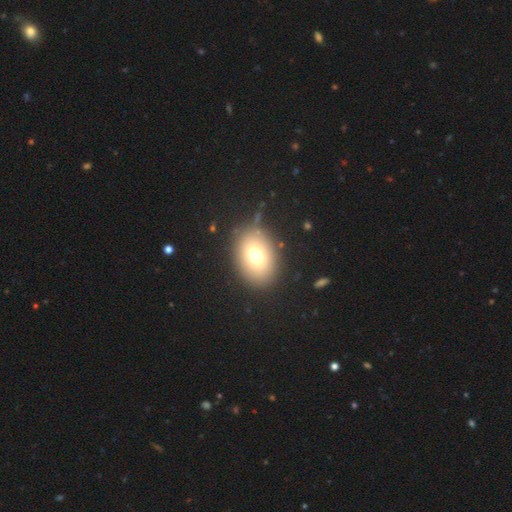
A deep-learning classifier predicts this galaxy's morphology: This is likely a smooth galaxy (72%). How rounded: likely in between (68%). Merging: clearly none (84%).